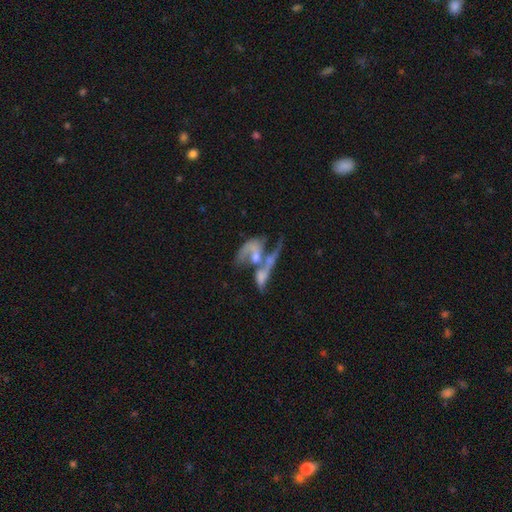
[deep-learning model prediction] Smooth or featured? Predicted: featured or disk (p=0.76). Edge-on disk? Predicted: no (p=0.93). Bar? Predicted: no (p=0.56). Spiral arms? Predicted: yes (p=0.81). Spiral winding? Predicted: loose (p=0.54). Spiral arm count? Predicted: 2 (p=0.70). Bulge size? Predicted: small (p=0.39, tied with moderate). Merging? Predicted: merger (p=0.63).